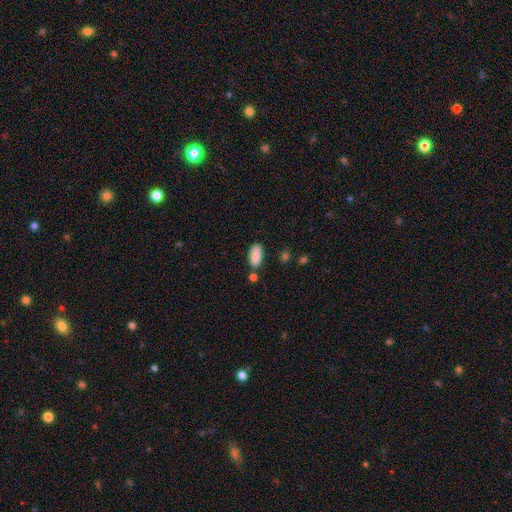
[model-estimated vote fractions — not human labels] Smooth or featured: smooth — 88% (star or artifact — 7%)
How rounded: in between — 91% (cigar-shaped — 6%)
Merging: none — 73% (minor disturbance — 15%)